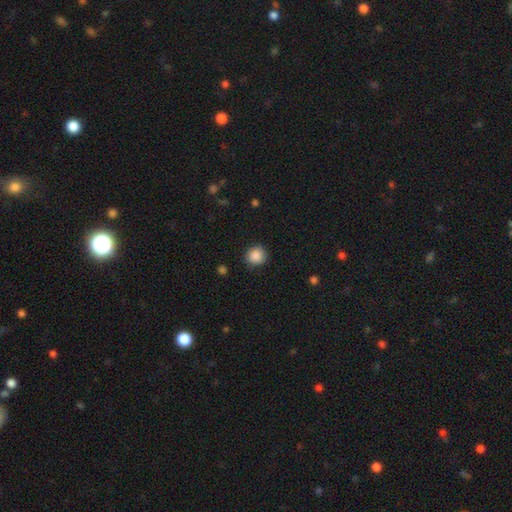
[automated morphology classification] Q: Smooth or featured?
A: smooth (88%); runner-up: star or artifact (9%)
Q: How rounded?
A: round (90%); runner-up: in between (9%)
Q: Merging?
A: none (88%); runner-up: minor disturbance (9%)